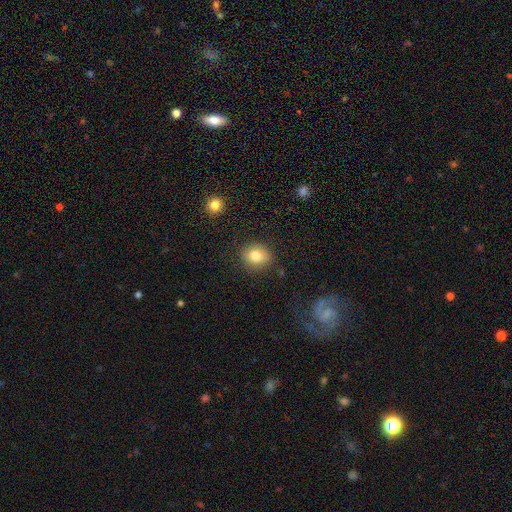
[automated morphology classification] type=smooth (80%); roundness=round (74%); merging=none (85%).